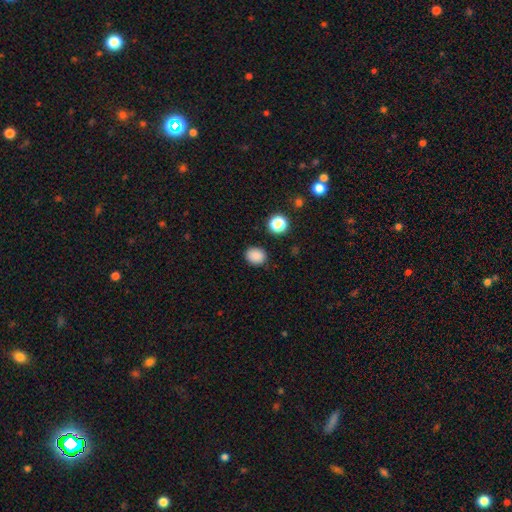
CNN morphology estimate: A smooth galaxy with no disk features (86%) that is round (56%). Merging: none (87%).